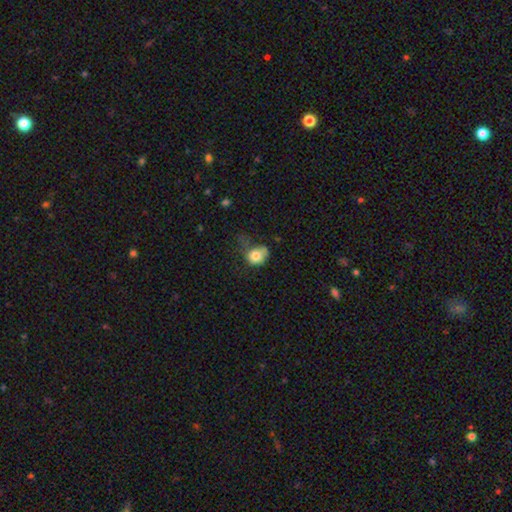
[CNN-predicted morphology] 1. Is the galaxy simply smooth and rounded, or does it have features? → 77% smooth, 14% featured or disk, 10% star or artifact.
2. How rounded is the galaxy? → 57% round, 42% in between, 1% cigar-shaped.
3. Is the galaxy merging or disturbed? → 34% minor disturbance, 33% major disturbance, 26% none, 7% merger.